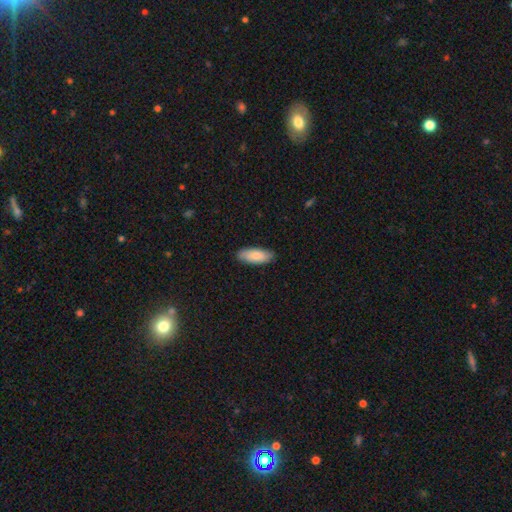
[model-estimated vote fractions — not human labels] smooth 83%, featured or disk 11%, star or artifact 5%. Down the decision tree: how rounded — in between (80%); merging — none (87%).